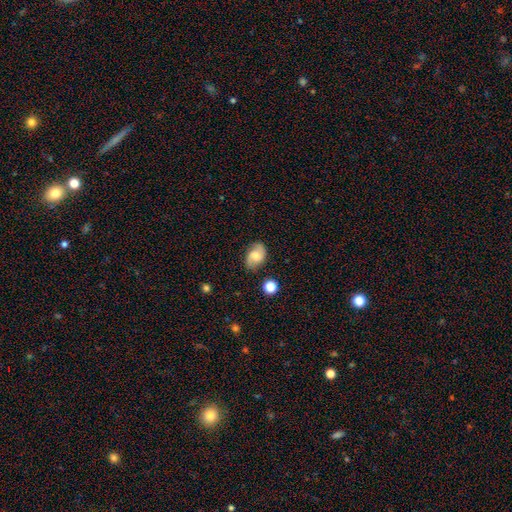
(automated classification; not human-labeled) Smooth or featured?
  - featured or disk: 55% *
  - smooth: 36%
  - star or artifact: 9%
Edge-on disk?
  - no: 97% *
  - yes: 3%
Bar?
  - no: 57% *
  - weak: 36%
  - strong: 7%
Spiral arms?
  - yes: 91% *
  - no: 9%
Bulge size?
  - moderate: 44% *
  - small: 31%
  - large: 12%
  - none: 11%
  - dominant: 2%
Merging?
  - none: 77% *
  - minor disturbance: 16%
  - major disturbance: 4%
  - merger: 2%